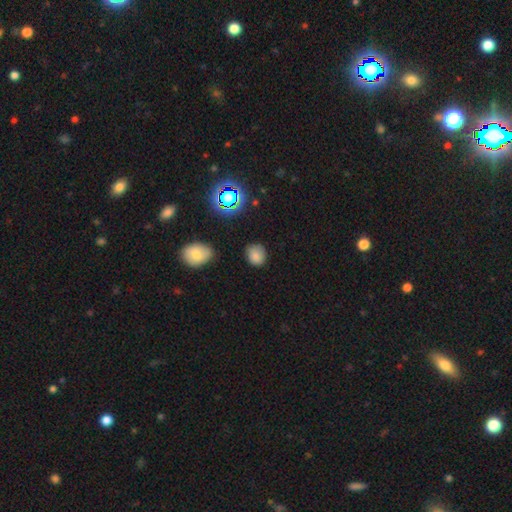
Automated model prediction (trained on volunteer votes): Smooth or featured? smooth (80%)
How rounded? round (74%)
Merging? none (80%)